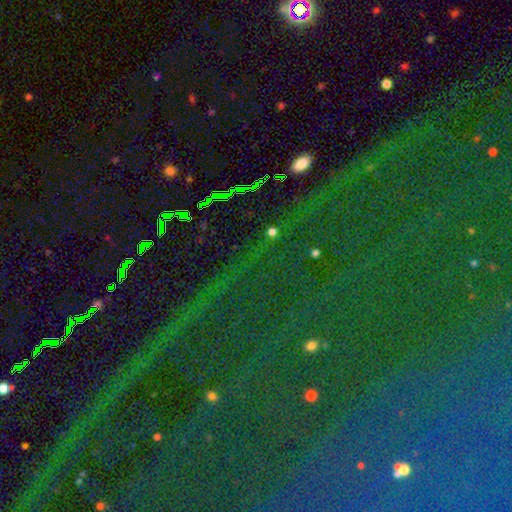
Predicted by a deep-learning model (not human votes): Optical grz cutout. It shows a star or artifact, not a galaxy (88%).